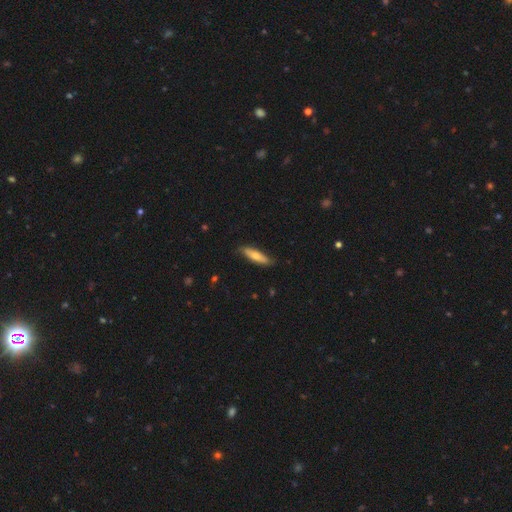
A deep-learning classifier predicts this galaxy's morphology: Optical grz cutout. It shows a smooth galaxy with no disk features (65%) that is cigar-shaped (71%). Merging: none (82%).